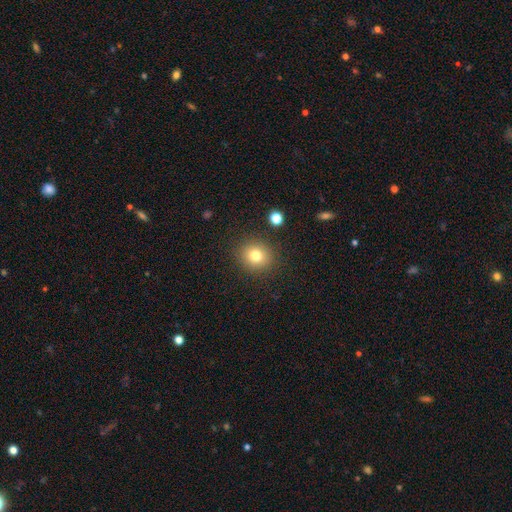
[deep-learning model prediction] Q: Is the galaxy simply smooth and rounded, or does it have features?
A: smooth — 79%.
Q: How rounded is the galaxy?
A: round — 83%.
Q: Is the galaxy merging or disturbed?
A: none — 88%.